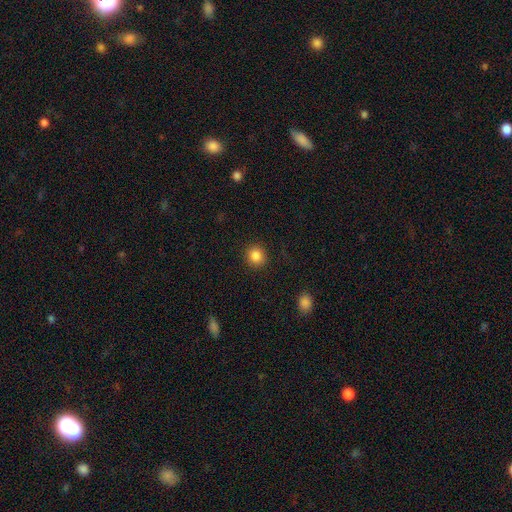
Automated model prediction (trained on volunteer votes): Q: Smooth or featured?
A: smooth (85%); runner-up: star or artifact (10%)
Q: How rounded?
A: round (87%); runner-up: in between (12%)
Q: Merging?
A: none (90%); runner-up: minor disturbance (6%)